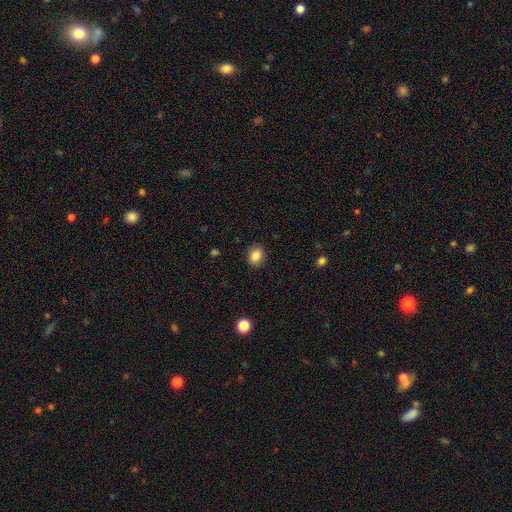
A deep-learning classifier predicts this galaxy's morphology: Smooth or featured? smooth (86%)
How rounded? round (51%)
Merging? none (88%)